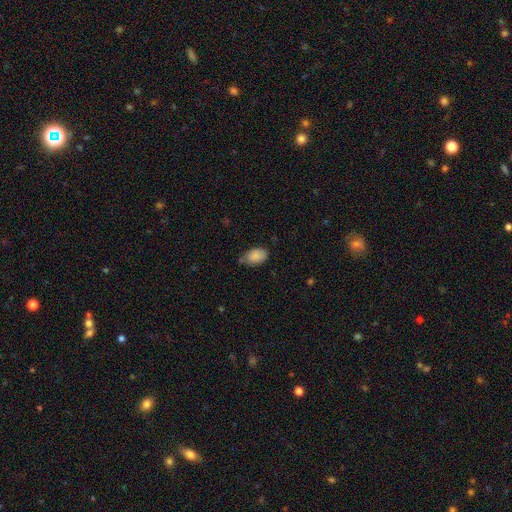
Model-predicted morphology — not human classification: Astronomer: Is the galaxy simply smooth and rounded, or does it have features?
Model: smooth — 87%.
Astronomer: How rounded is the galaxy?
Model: in between — 90%.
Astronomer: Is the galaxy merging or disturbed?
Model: none — 67%.